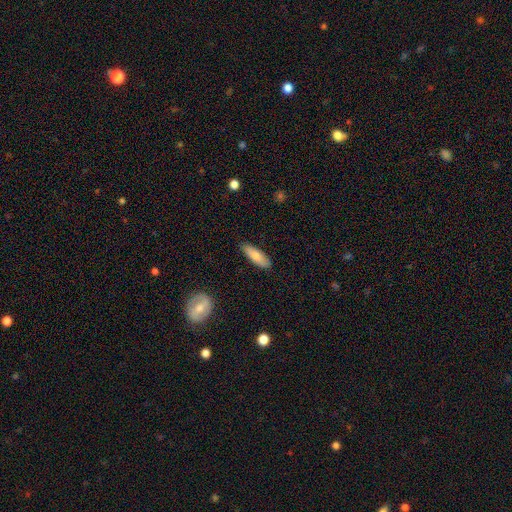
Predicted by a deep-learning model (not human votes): Smooth or featured? Predicted: smooth (p=0.80). How rounded? Predicted: cigar-shaped (p=0.52). Merging? Predicted: none (p=0.85).